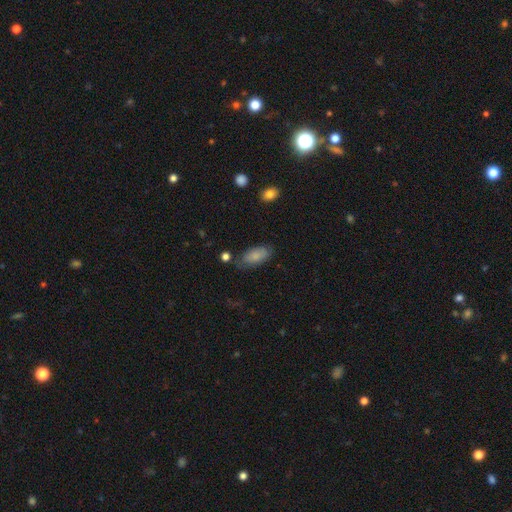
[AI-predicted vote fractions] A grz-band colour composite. It shows a smooth galaxy with no disk features (81%) that is in between round and cigar-shaped (92%). Merging: none (70%).